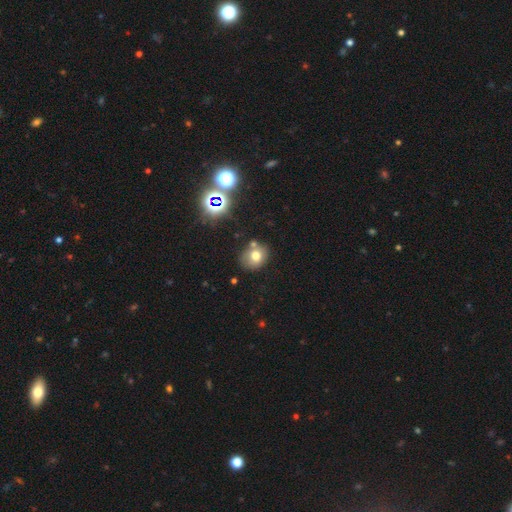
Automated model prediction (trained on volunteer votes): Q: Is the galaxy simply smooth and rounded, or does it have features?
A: smooth — 69%.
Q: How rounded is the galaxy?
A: round — 62%.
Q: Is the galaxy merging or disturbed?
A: none — 67%.